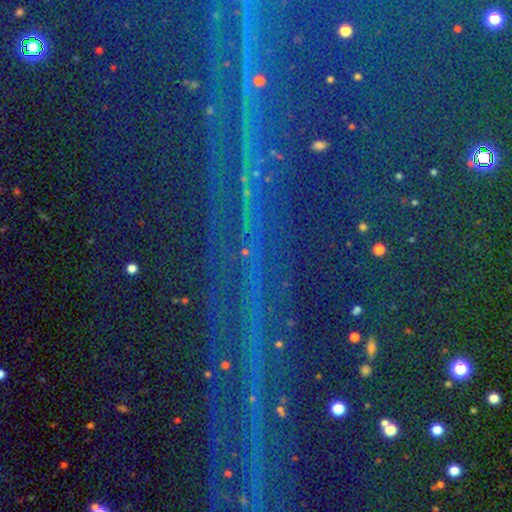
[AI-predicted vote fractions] Q: Smooth or featured?
A: star or artifact (87%); runner-up: featured or disk (6%)